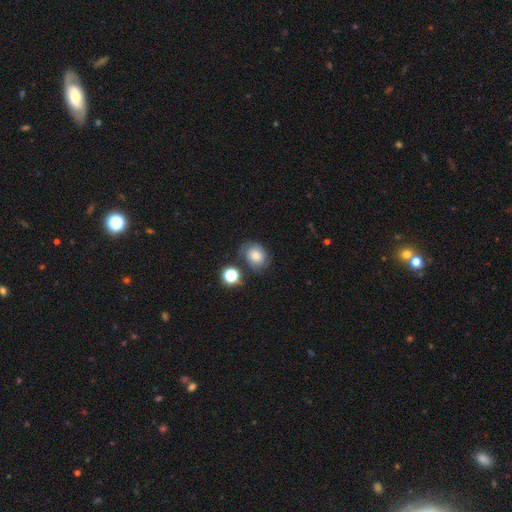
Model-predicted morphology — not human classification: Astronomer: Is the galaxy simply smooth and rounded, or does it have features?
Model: smooth — 69%.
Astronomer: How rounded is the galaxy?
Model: round — 53% (runner-up: in between, 46%).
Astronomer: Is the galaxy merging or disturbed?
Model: none — 64%.